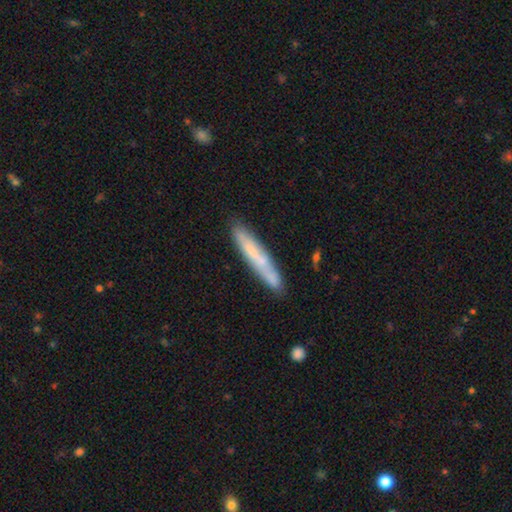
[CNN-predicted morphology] This appears to be a smooth galaxy with no disk features (57%) that is cigar-shaped (94%). Merging: none (77%).